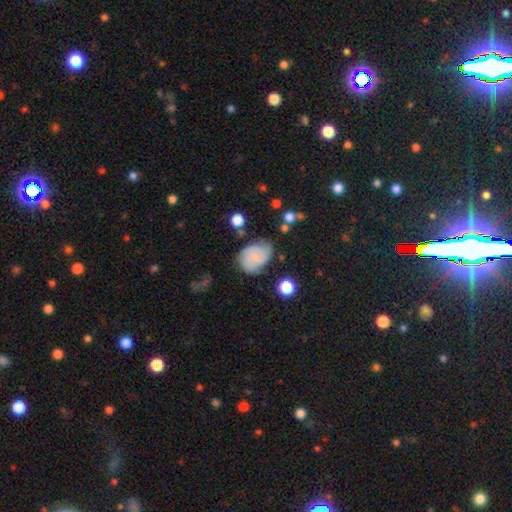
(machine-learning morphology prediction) smooth_or_featured: featured or disk (p=0.45) [tied with: smooth p=0.45]
merging: none (p=0.60) [alt: minor disturbance p=0.27]